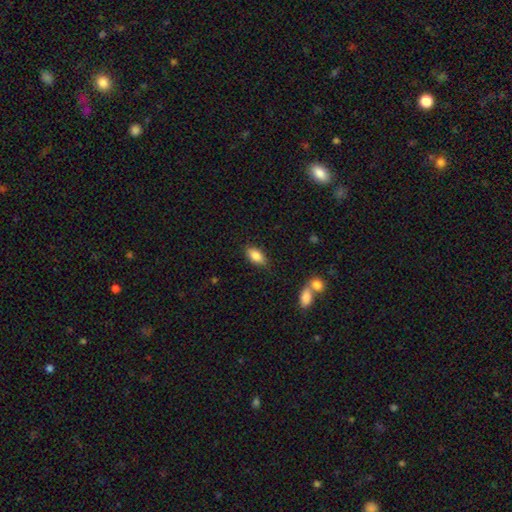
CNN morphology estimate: smooth 86%, star or artifact 7%, featured or disk 7%. Down the decision tree: how rounded — in between (91%); merging — none (83%).